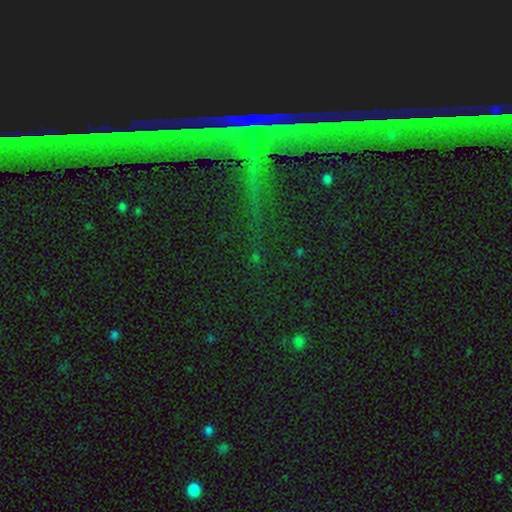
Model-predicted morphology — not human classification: Smooth or featured? star or artifact (71%)